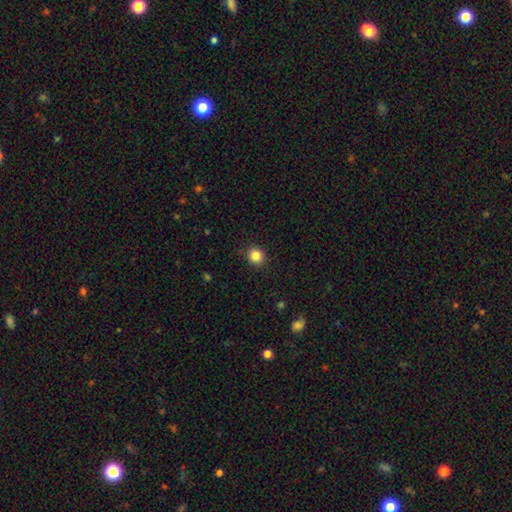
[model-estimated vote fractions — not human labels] Smooth or featured? Predicted: smooth (p=0.84). How rounded? Predicted: round (p=0.88). Merging? Predicted: none (p=0.90).